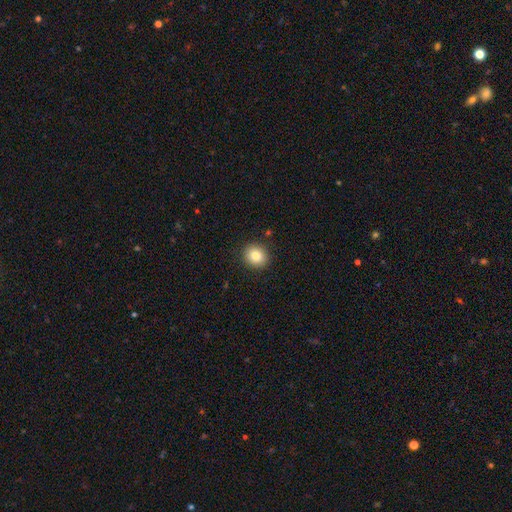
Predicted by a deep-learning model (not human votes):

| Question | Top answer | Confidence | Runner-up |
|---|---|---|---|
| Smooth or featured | smooth | 82% | star or artifact (10%) |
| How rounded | round | 82% | in between (17%) |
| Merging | none | 90% | minor disturbance (7%) |